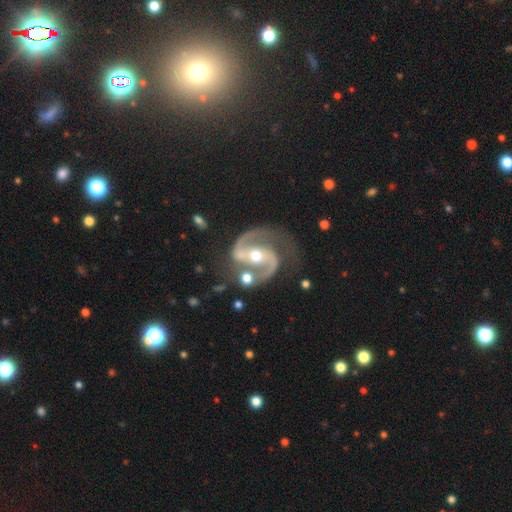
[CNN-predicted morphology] type=featured or disk (93%); edge-on=no (98%); bar=strong (38%); spiral arms=yes (98%); winding=medium (66%); arm count=2 (94%); bulge=moderate (70%); merging=none (72%).